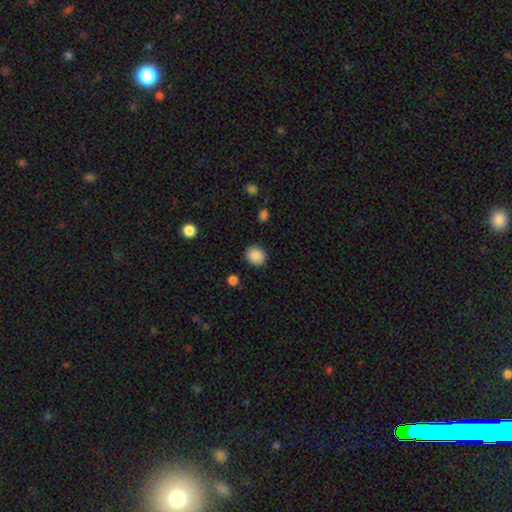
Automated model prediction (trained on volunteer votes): Smooth or featured? Predicted: smooth (p=0.89). How rounded? Predicted: round (p=0.74). Merging? Predicted: none (p=0.89).